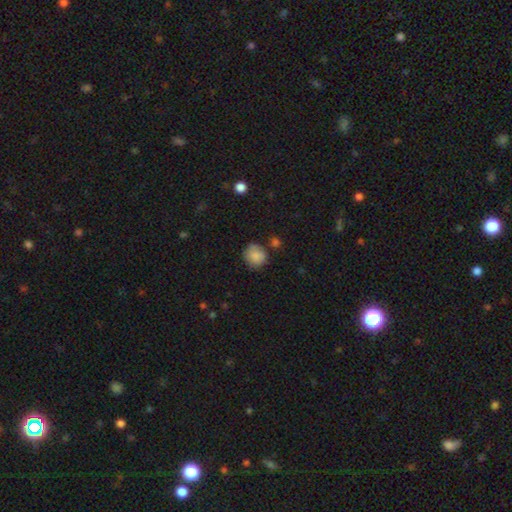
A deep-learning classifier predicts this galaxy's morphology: type=smooth (83%); roundness=round (81%); merging=none (64%).